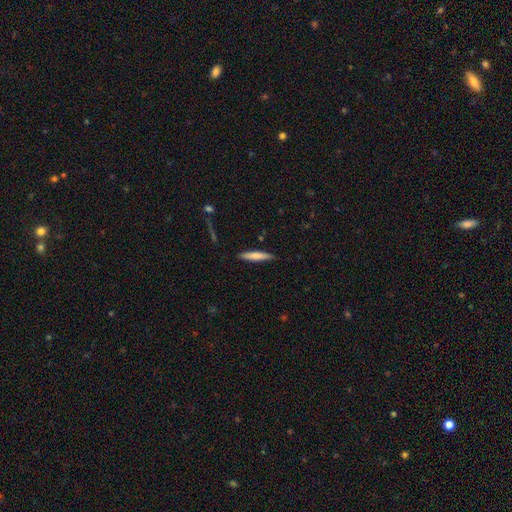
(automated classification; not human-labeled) Smooth or featured?
  - smooth: 73% *
  - featured or disk: 21%
  - star or artifact: 6%
How rounded?
  - cigar-shaped: 91% *
  - in between: 8%
  - round: 1%
Merging?
  - none: 87% *
  - minor disturbance: 9%
  - major disturbance: 2%
  - merger: 1%